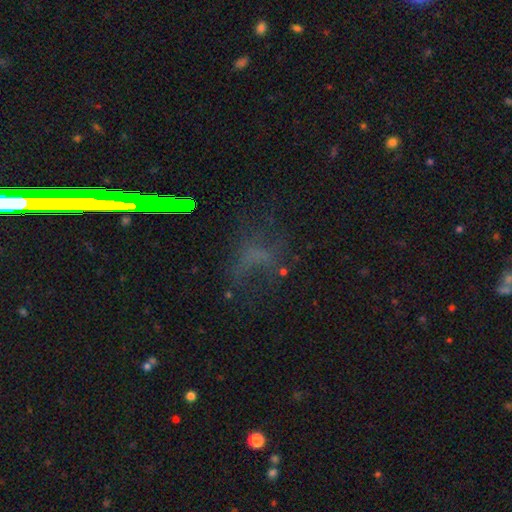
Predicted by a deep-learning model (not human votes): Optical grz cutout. It shows a star or artifact, not a galaxy (39%).